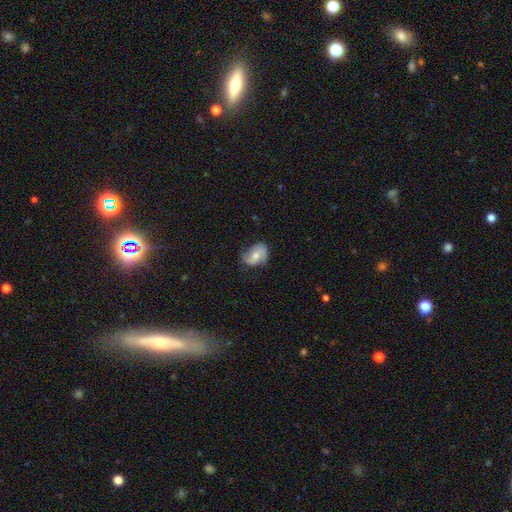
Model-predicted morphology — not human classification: Q: Smooth or featured?
A: featured or disk (47%); runner-up: smooth (46%)
Q: Merging?
A: none (59%); runner-up: minor disturbance (29%)